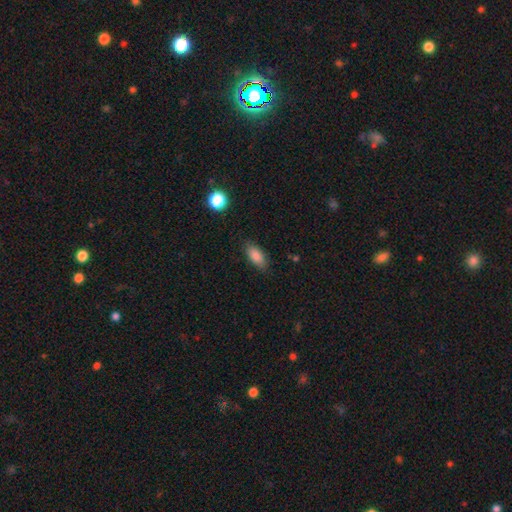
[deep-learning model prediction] This appears to be a smooth galaxy with no disk features (84%) that is in between round and cigar-shaped (85%). Merging: none (83%).